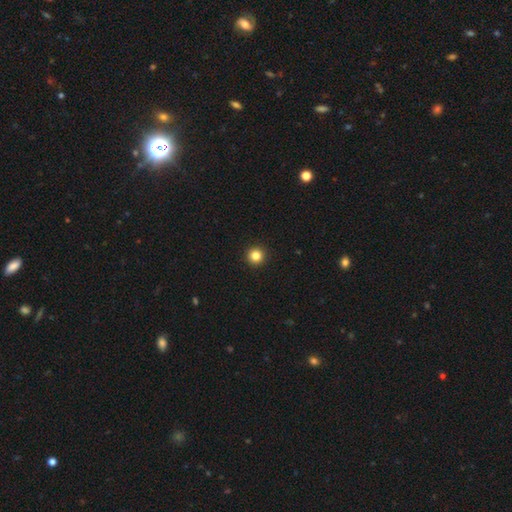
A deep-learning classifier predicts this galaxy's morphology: Smooth or featured: smooth — 84% (star or artifact — 12%)
How rounded: round — 96% (in between — 3%)
Merging: none — 94% (minor disturbance — 4%)